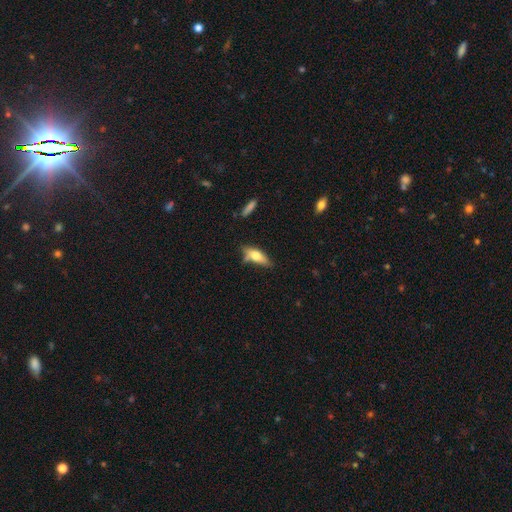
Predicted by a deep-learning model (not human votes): A smooth galaxy with no disk features (62%) that is in between round and cigar-shaped (60%). Merging: none (57%).